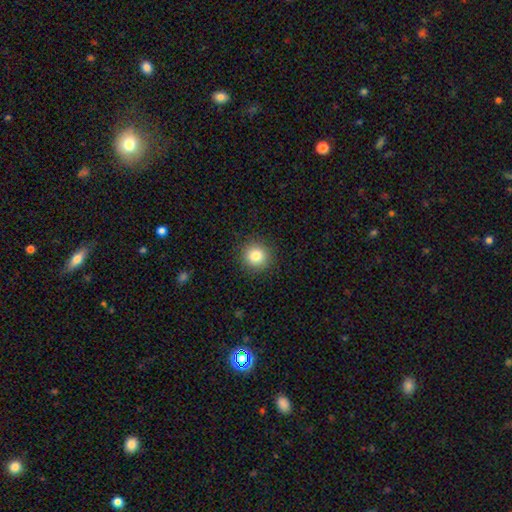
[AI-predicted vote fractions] smooth-or-featured: smooth: 84% | star or artifact: 10% | featured or disk: 6%
  how-rounded: round: 92% | in between: 7% | cigar-shaped: 1%
  merging: none: 91% | minor disturbance: 6% | major disturbance: 2% | merger: 1%